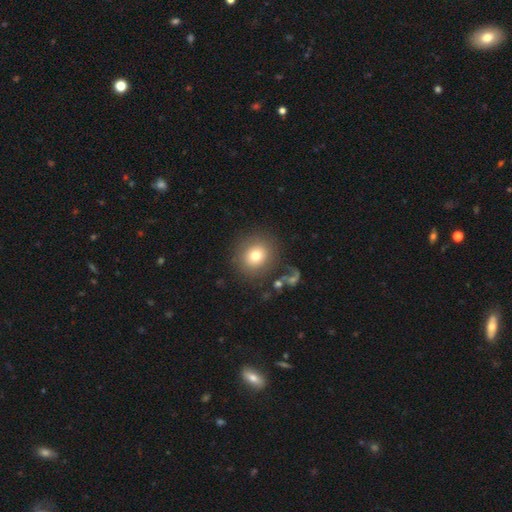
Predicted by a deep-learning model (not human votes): Smooth or featured?
  - smooth: 74% *
  - featured or disk: 15%
  - star or artifact: 11%
How rounded?
  - round: 83% *
  - in between: 16%
  - cigar-shaped: 1%
Merging?
  - none: 81% *
  - minor disturbance: 10%
  - major disturbance: 6%
  - merger: 4%